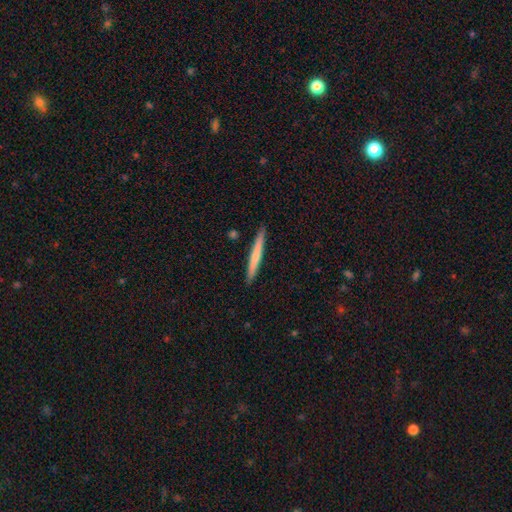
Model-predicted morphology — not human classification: type=smooth (58%); roundness=cigar-shaped (97%); merging=none (91%).